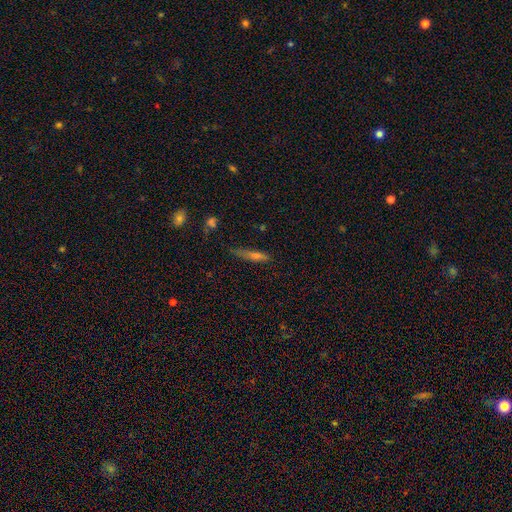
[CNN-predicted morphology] A smooth galaxy with no disk features (58%) that is cigar-shaped (86%).

Vote fractions:
- Smooth or featured? smooth: 58% / featured or disk: 29% / star or artifact: 14%
- How rounded? cigar-shaped: 86% / in between: 12% / round: 3%
- Merging? none: 66% / minor disturbance: 23% / major disturbance: 7% / merger: 4%